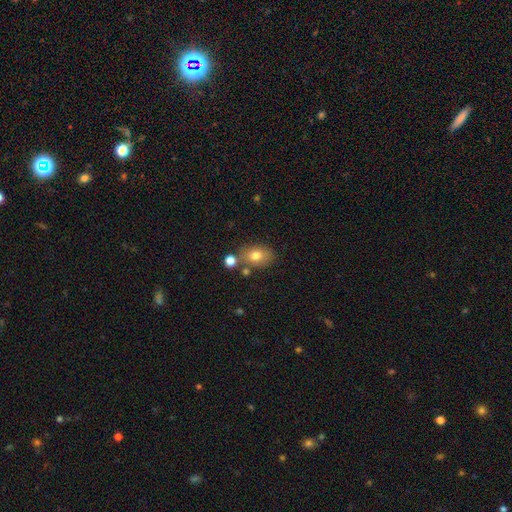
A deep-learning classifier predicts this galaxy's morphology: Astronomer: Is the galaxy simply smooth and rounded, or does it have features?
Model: smooth — 78%.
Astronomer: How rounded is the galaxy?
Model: in between — 70%.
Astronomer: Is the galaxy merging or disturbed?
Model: none — 68%.